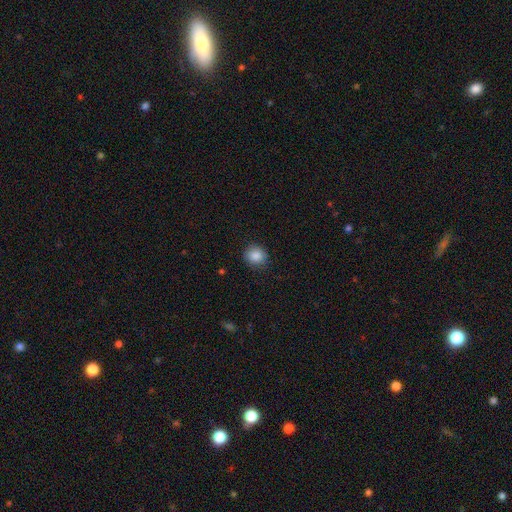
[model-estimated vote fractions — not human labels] A smooth galaxy with no disk features (87%) that is round (82%).

Vote fractions:
- Smooth or featured? smooth: 87% / star or artifact: 9% / featured or disk: 4%
- How rounded? round: 82% / in between: 17% / cigar-shaped: 1%
- Merging? none: 86% / minor disturbance: 10% / major disturbance: 3% / merger: 1%